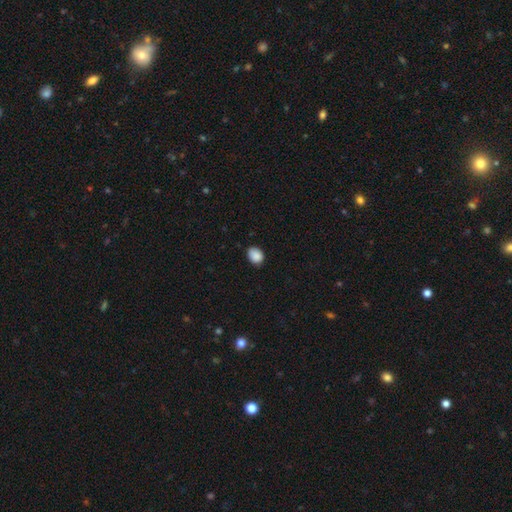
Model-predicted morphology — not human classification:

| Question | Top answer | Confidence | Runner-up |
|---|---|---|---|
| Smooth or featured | smooth | 89% | star or artifact (8%) |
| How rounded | in between | 61% | round (39%) |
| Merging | none | 79% | minor disturbance (17%) |